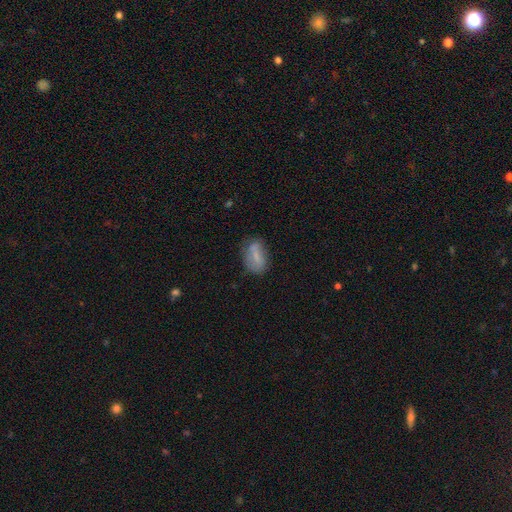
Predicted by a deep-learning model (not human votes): Overall: smooth (66%). How rounded: in between (83%). Merging: none (64%; minor disturbance 25%).